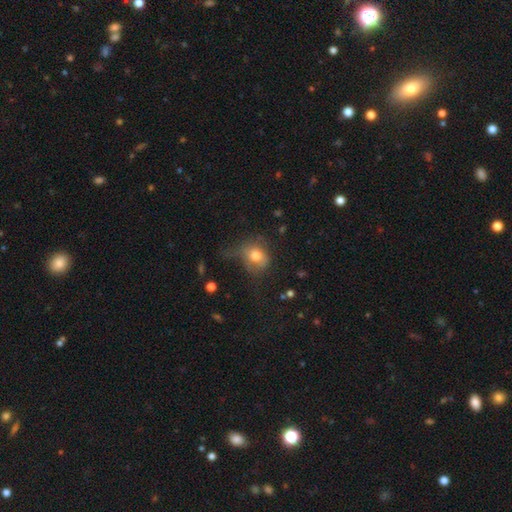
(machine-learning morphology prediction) A smooth galaxy with no disk features (74%) that is round (60%).

Vote fractions:
- Smooth or featured? smooth: 74% / featured or disk: 15% / star or artifact: 11%
- How rounded? round: 60% / in between: 38% / cigar-shaped: 1%
- Merging? none: 39% / minor disturbance: 30% / major disturbance: 28% / merger: 3%